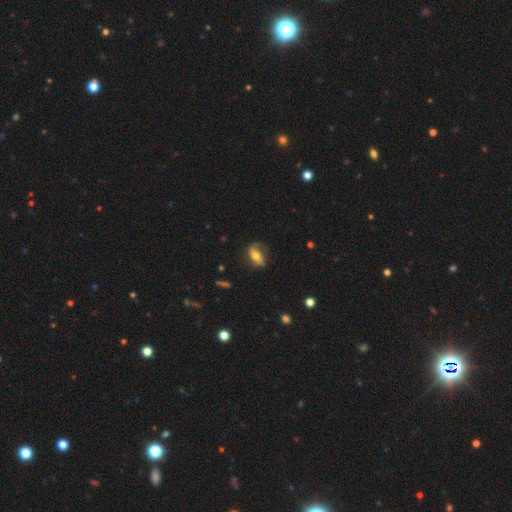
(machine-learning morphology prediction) smooth-or-featured: featured or disk: 51% | smooth: 41% | star or artifact: 8%
  disk-edge-on: no: 84% | yes: 16%
  merging: none: 62% | minor disturbance: 25% | major disturbance: 11% | merger: 2%